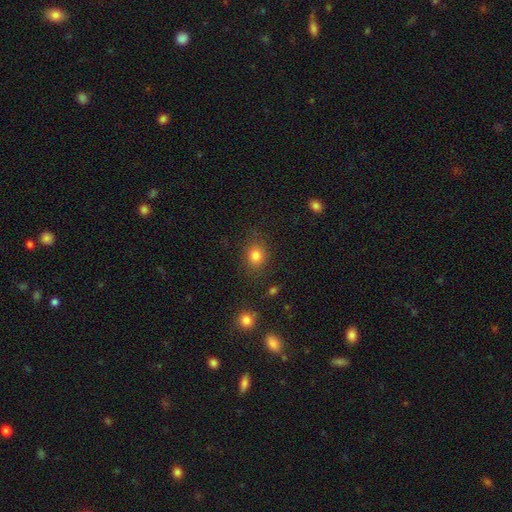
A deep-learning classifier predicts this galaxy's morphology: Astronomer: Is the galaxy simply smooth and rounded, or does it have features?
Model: smooth — 82%.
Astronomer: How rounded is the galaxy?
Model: round — 67%.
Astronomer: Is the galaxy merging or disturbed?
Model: none — 81%.